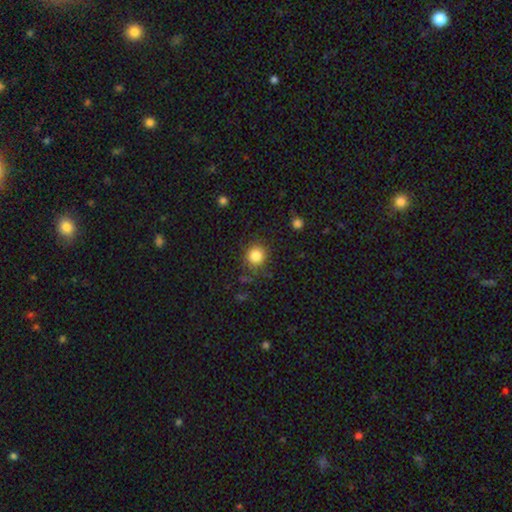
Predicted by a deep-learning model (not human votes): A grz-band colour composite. It shows a smooth galaxy with no disk features (83%) that is round (90%). Merging: none (84%).